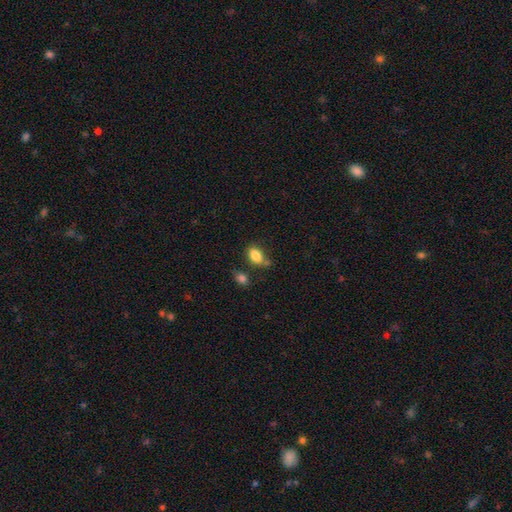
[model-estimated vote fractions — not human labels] smooth_or_featured: smooth (p=0.85) [alt: star or artifact p=0.09]
how_rounded: in between (p=0.86) [alt: round p=0.12]
merging: none (p=0.60) [alt: minor disturbance p=0.20]